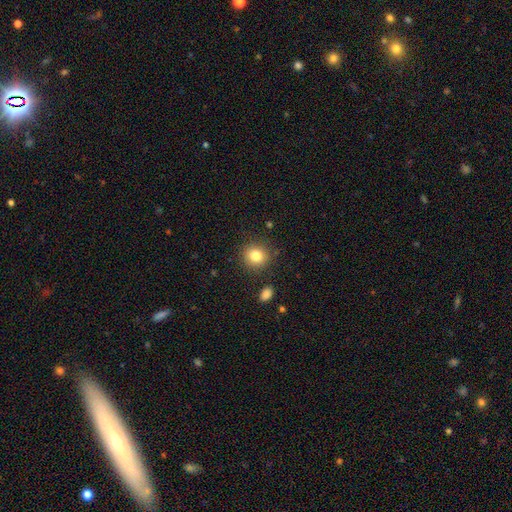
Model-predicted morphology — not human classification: type=smooth (83%); roundness=round (87%); merging=none (87%).